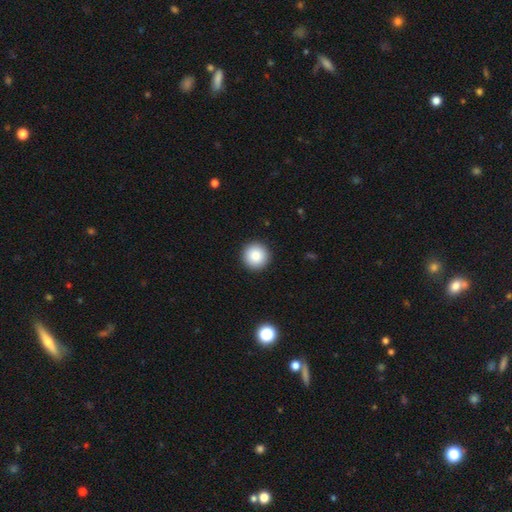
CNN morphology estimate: smooth-or-featured: smooth: 85% | star or artifact: 9% | featured or disk: 6%
  how-rounded: round: 96% | in between: 3% | cigar-shaped: 1%
  merging: none: 93% | minor disturbance: 4% | major disturbance: 1% | merger: 1%